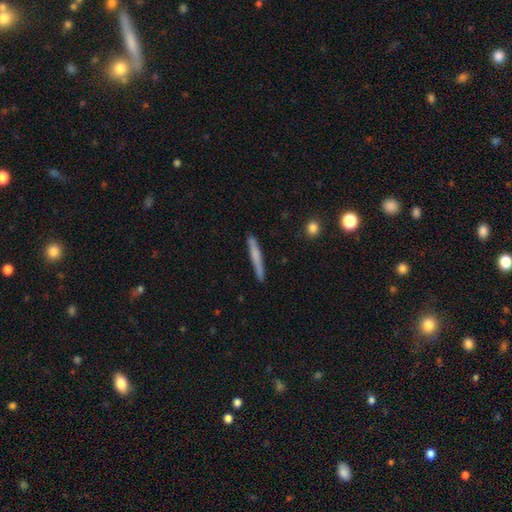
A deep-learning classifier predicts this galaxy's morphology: Smooth or featured: smooth — 56% (featured or disk — 37%)
How rounded: cigar-shaped — 96% (in between — 3%)
Merging: none — 86% (minor disturbance — 11%)